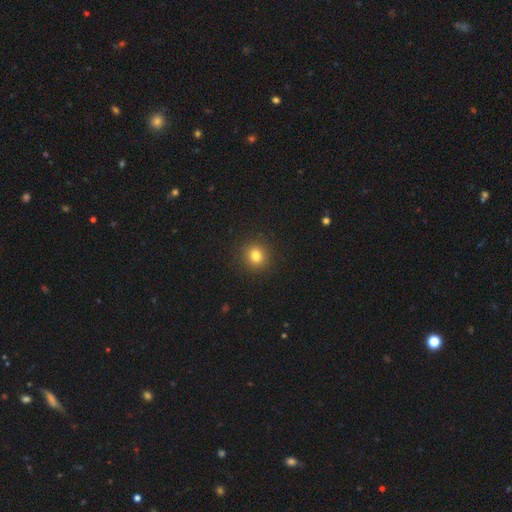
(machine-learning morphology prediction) type=smooth (81%); roundness=round (90%); merging=none (92%).